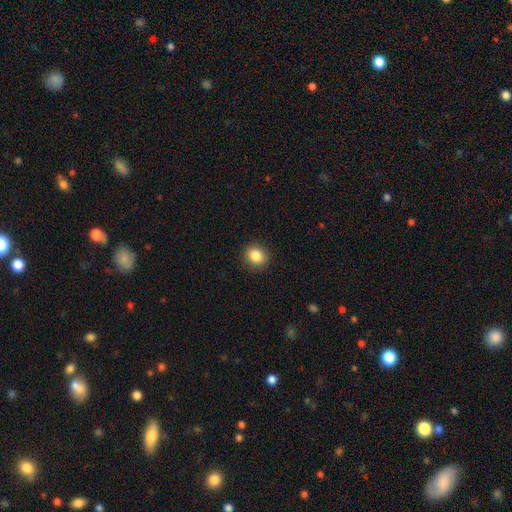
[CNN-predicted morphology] A smooth galaxy with no disk features (85%) that is round (77%). Merging: none (90%).